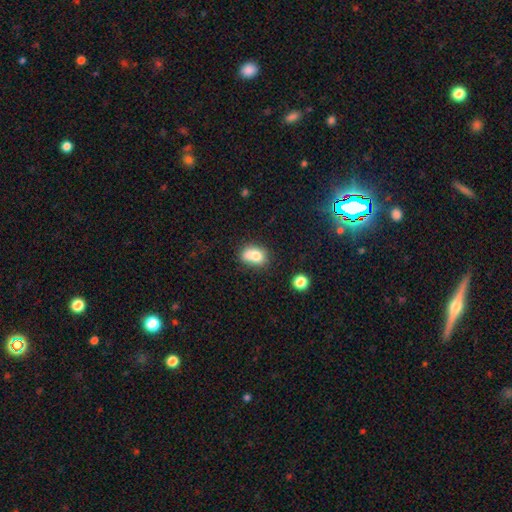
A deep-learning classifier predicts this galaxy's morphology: smooth_or_featured: smooth (p=0.77) [alt: featured or disk p=0.13]
how_rounded: in between (p=0.67) [alt: round p=0.32]
merging: none (p=0.48) [alt: minor disturbance p=0.26]